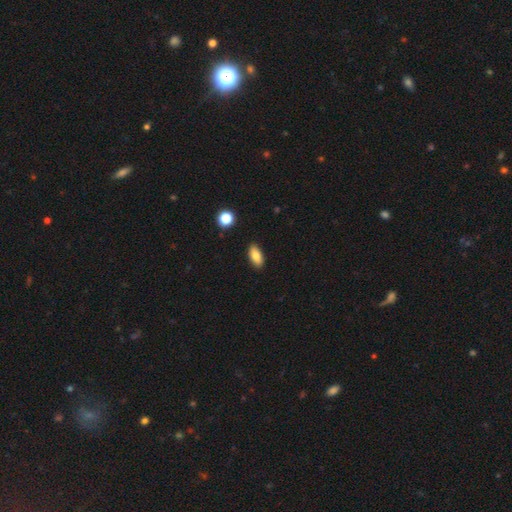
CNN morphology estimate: Smooth or featured? smooth (82%)
How rounded? in between (88%)
Merging? none (89%)